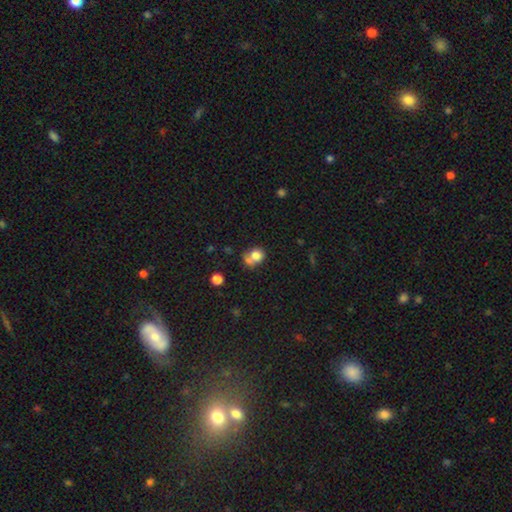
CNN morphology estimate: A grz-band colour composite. It shows a smooth galaxy with no disk features (77%) that is round (69%). Merging: merger (48%).